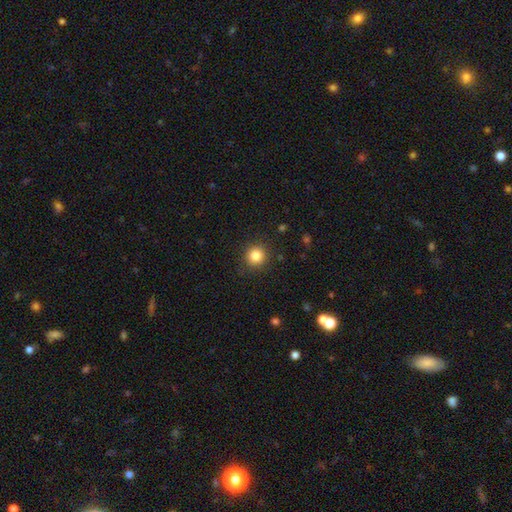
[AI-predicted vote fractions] Morphology: type=smooth (84%); roundness=round (93%); merging=none (89%).